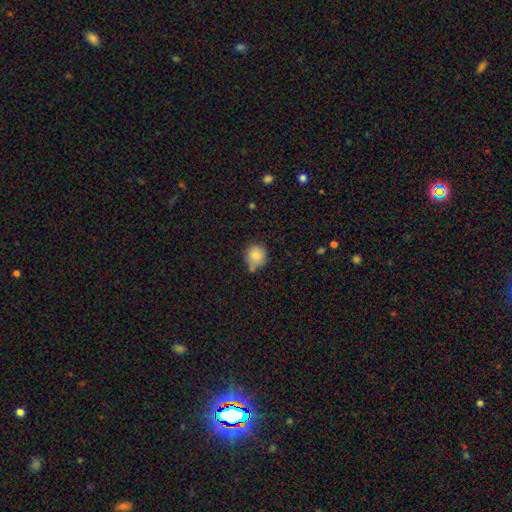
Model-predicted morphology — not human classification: smooth 83%, star or artifact 8%, featured or disk 8%. Down the decision tree: how rounded — round (86%); merging — none (63%).